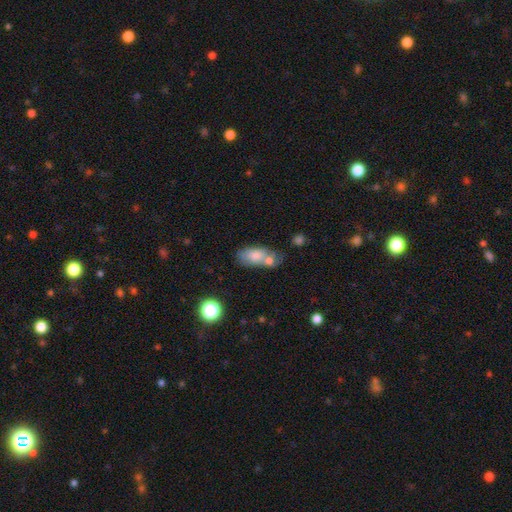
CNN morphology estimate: smooth_or_featured: smooth (p=0.72) [alt: featured or disk p=0.19]
how_rounded: in between (p=0.86) [alt: round p=0.07]
merging: merger (p=0.40) [alt: none p=0.36]